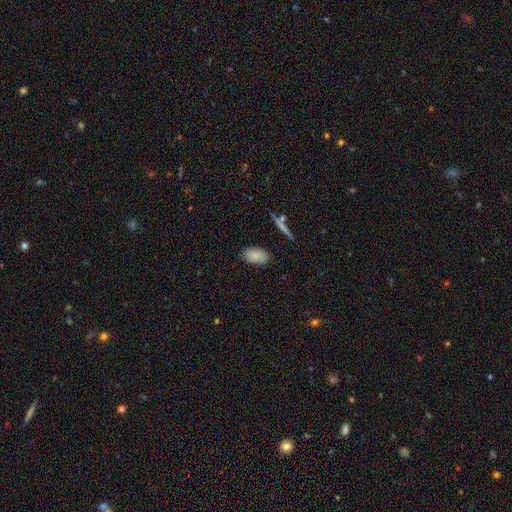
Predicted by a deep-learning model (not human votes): Smooth or featured: smooth — 85% (star or artifact — 8%)
How rounded: in between — 93% (round — 5%)
Merging: none — 82% (minor disturbance — 13%)